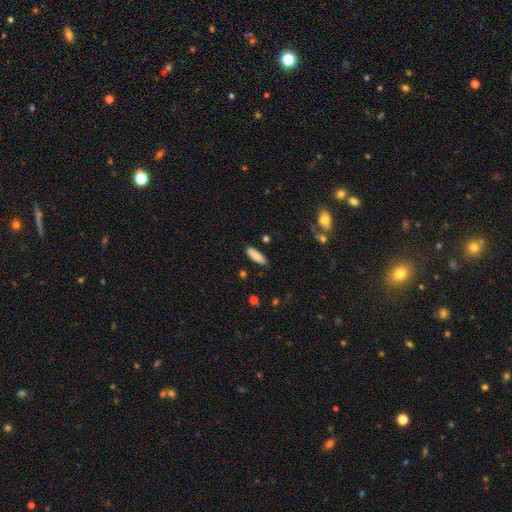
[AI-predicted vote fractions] smooth 86%, featured or disk 7%, star or artifact 6%. Down the decision tree: how rounded — in between (52%); merging — none (86%).